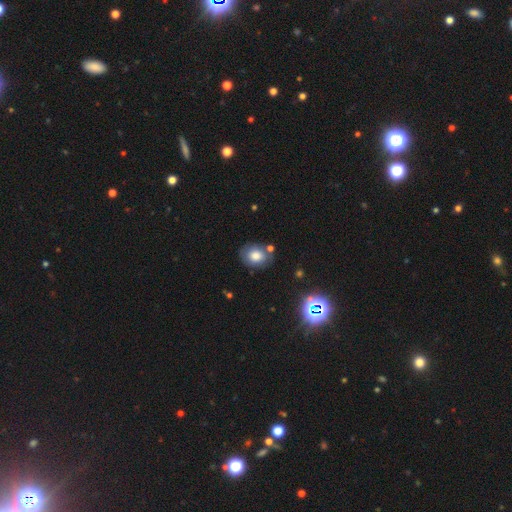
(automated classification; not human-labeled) smooth 74%, featured or disk 14%, star or artifact 11%. Down the decision tree: how rounded — in between (51%); merging — none (74%).